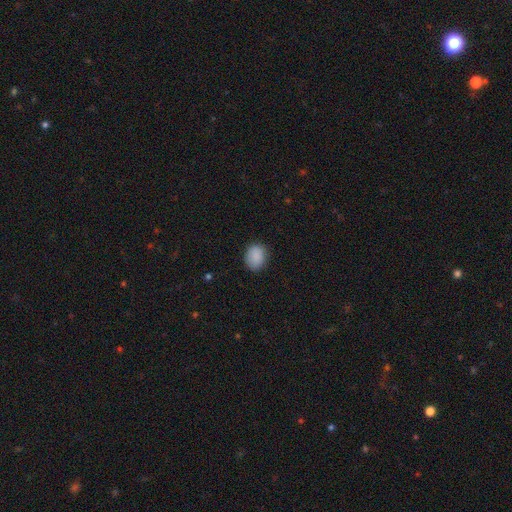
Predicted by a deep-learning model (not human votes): smooth_or_featured: smooth (p=0.88) [alt: star or artifact p=0.08]
how_rounded: in between (p=0.51) [alt: round p=0.48]
merging: none (p=0.84) [alt: minor disturbance p=0.13]